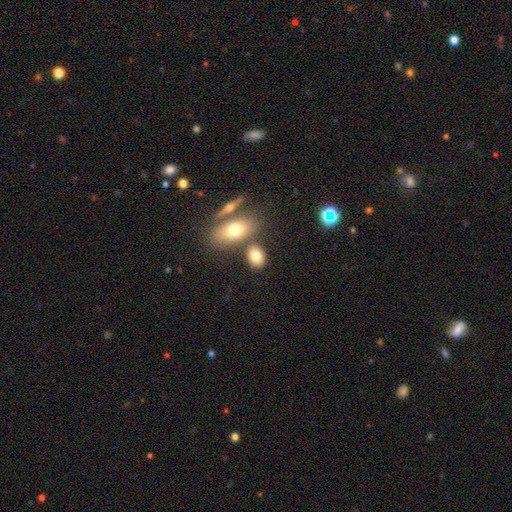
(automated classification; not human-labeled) smooth 78%, featured or disk 13%, star or artifact 9%. Down the decision tree: how rounded — in between (78%); merging — none (65%).